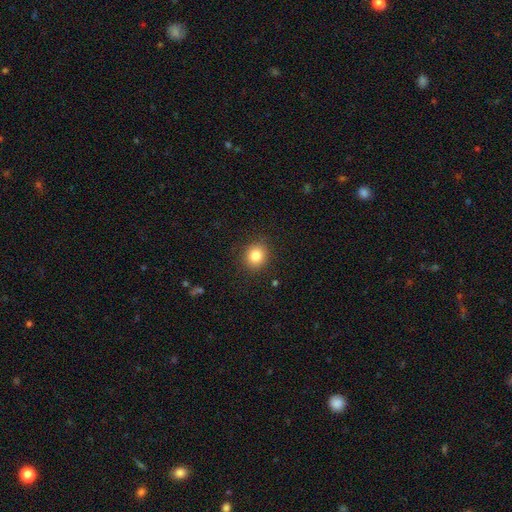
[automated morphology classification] smooth-or-featured: smooth: 83% | star or artifact: 11% | featured or disk: 7%
  how-rounded: round: 79% | in between: 20% | cigar-shaped: 1%
  merging: none: 89% | minor disturbance: 7% | major disturbance: 2% | merger: 1%